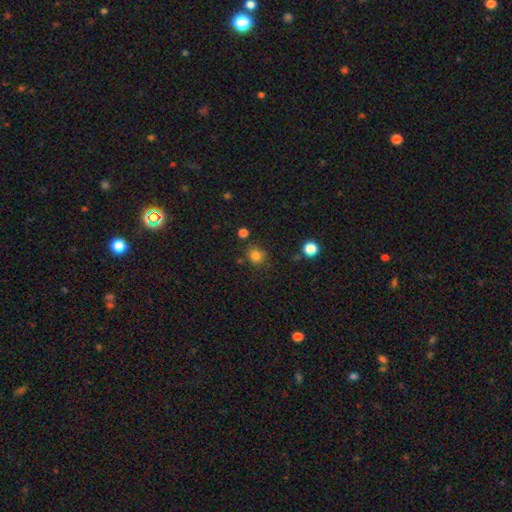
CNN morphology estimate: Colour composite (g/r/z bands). It shows a smooth galaxy with no disk features (81%) that is round (87%). Merging: none (81%).